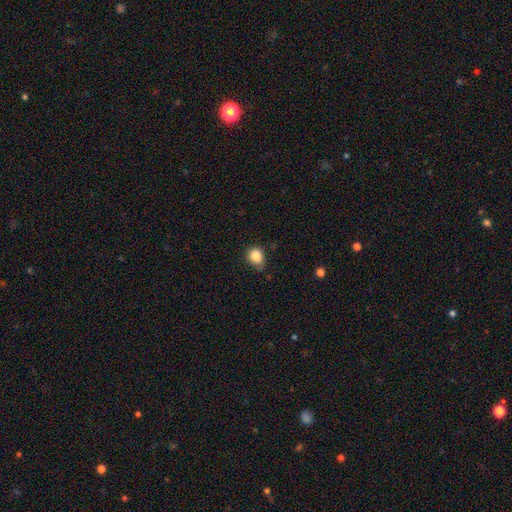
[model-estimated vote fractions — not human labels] The model was most divided on "how rounded": round: 63%, in between: 36%, cigar-shaped: 1%. More confident: smooth or featured — smooth (85%); merging — none (61%).